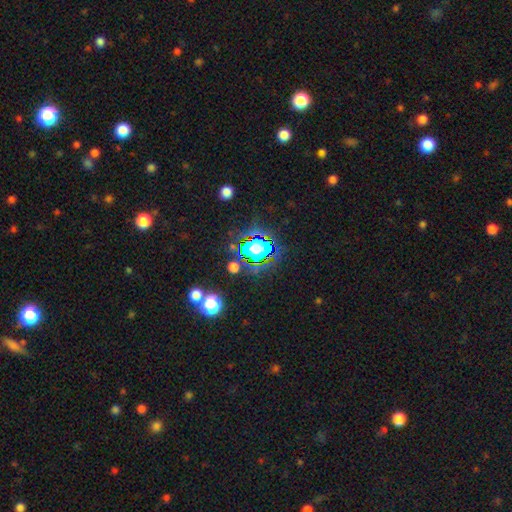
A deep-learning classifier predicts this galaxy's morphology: This appears to be a star or artifact, not a galaxy (65%).